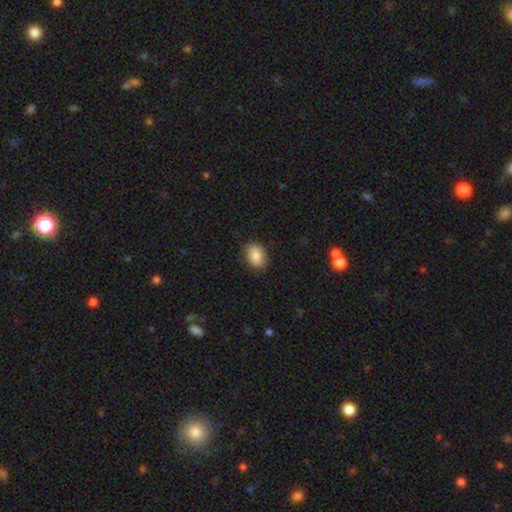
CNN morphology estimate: The model was most divided on "how rounded": in between: 71%, round: 27%, cigar-shaped: 1%. More confident: smooth or featured — smooth (87%); merging — none (85%).